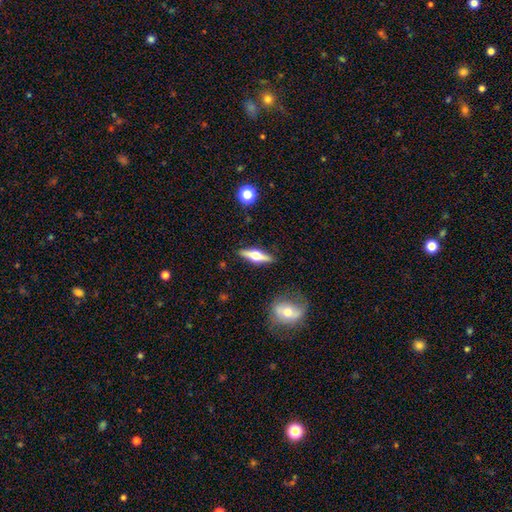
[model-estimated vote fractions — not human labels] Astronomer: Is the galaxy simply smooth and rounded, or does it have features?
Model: featured or disk — 64%.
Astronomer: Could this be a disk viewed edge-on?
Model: yes — 95%.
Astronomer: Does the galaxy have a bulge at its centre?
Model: rounded — 95%.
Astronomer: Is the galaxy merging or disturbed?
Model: none — 88%.